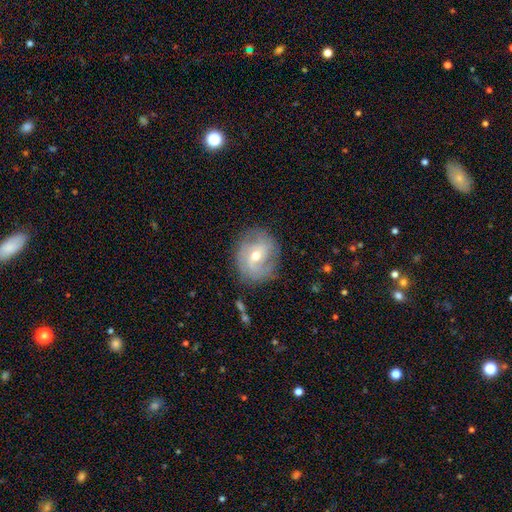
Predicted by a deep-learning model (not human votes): The model was most divided on "spiral winding": tight: 40%, medium: 38%, loose: 21%. Remaining: edge-on disk — no (96%); spiral arms — yes (83%); merging — none (74%); smooth or featured — featured or disk (69%); bulge size — moderate (62%); spiral arm count — 2 (49%); bar — no (46%).